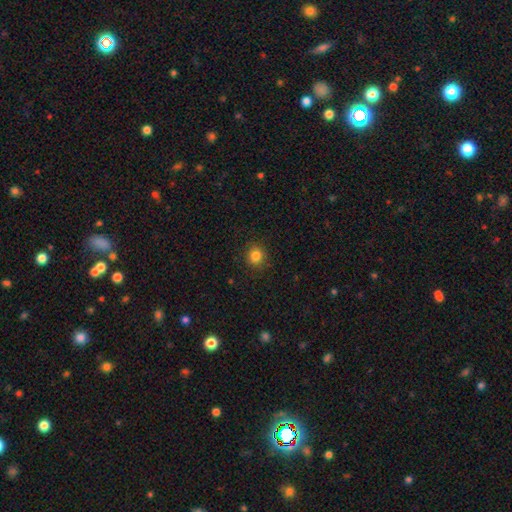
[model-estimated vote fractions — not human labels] Smooth or featured?
  - smooth: 84% *
  - star or artifact: 12%
  - featured or disk: 4%
How rounded?
  - round: 89% *
  - in between: 10%
  - cigar-shaped: 1%
Merging?
  - none: 89% *
  - minor disturbance: 7%
  - major disturbance: 2%
  - merger: 1%